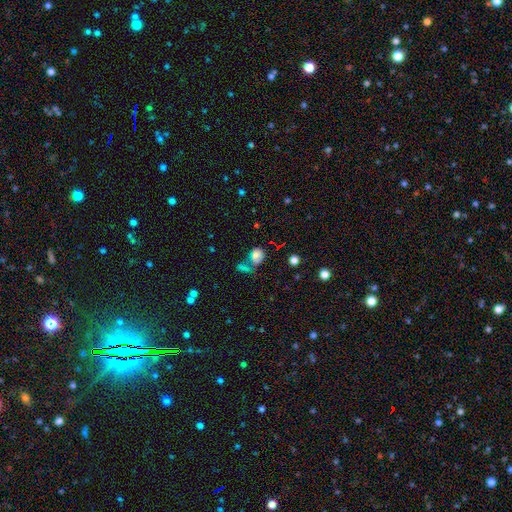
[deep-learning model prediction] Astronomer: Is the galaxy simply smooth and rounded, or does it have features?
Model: smooth — 76%.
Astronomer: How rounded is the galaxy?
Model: in between — 55% (runner-up: round, 43%).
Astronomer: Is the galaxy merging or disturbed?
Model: none — 41% (runner-up: merger, 33%).